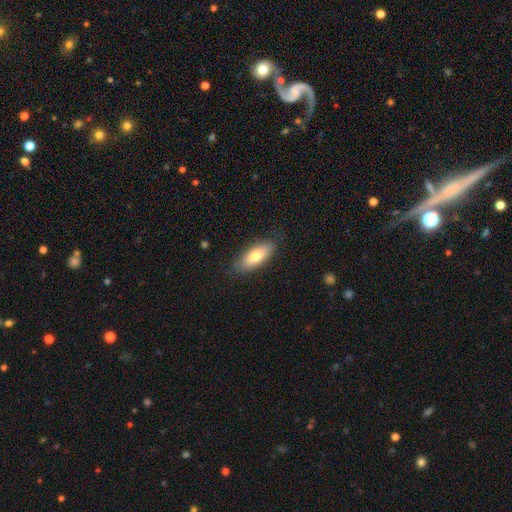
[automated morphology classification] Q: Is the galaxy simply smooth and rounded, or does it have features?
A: smooth — 72%.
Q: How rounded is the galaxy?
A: in between — 77%.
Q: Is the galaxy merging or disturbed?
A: none — 84%.